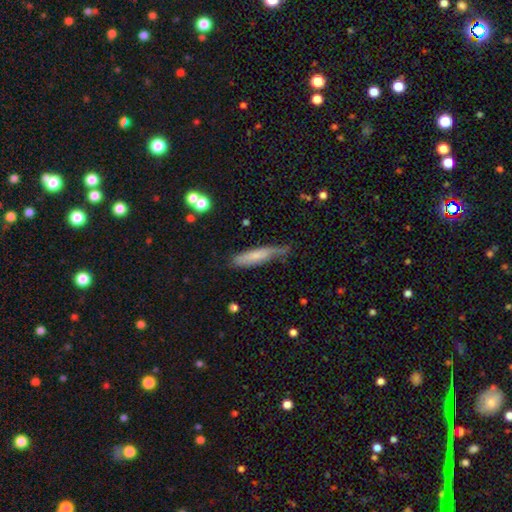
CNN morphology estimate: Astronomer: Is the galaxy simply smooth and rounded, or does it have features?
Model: smooth — 66%.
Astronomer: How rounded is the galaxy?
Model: cigar-shaped — 80%.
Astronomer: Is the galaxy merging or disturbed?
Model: none — 51% (runner-up: minor disturbance, 36%).